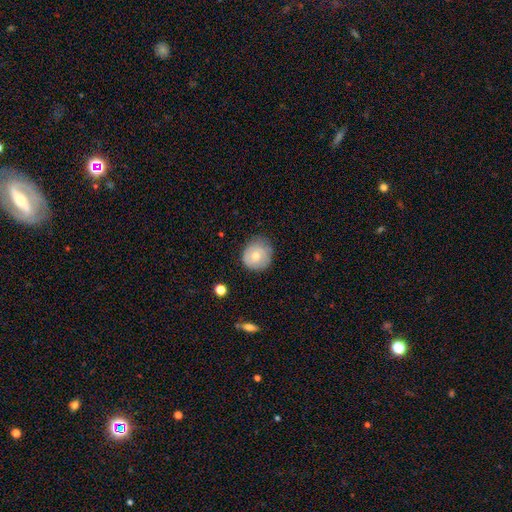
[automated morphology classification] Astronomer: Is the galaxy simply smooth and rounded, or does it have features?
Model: smooth — 67%.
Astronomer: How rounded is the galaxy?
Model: round — 85%.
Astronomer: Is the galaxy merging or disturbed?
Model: none — 72%.